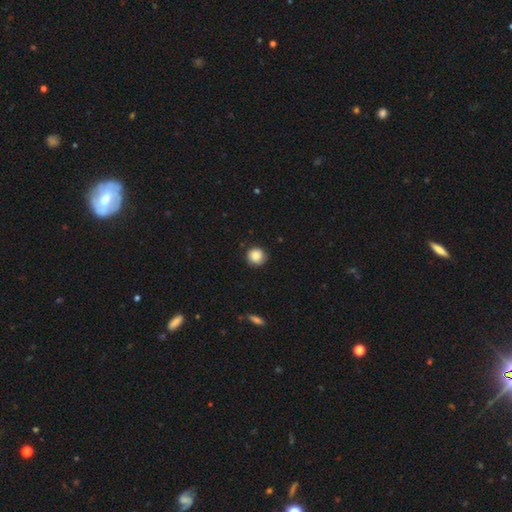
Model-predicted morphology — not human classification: type=smooth (87%); roundness=round (94%); merging=none (85%).